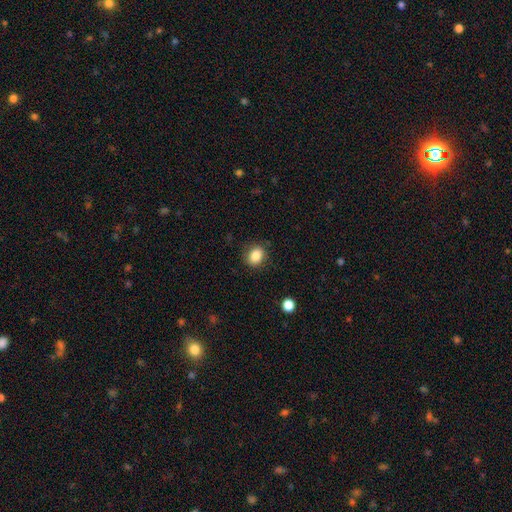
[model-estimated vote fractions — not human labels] This appears to be a smooth galaxy with no disk features (85%) that is round (56%). Merging: none (85%).